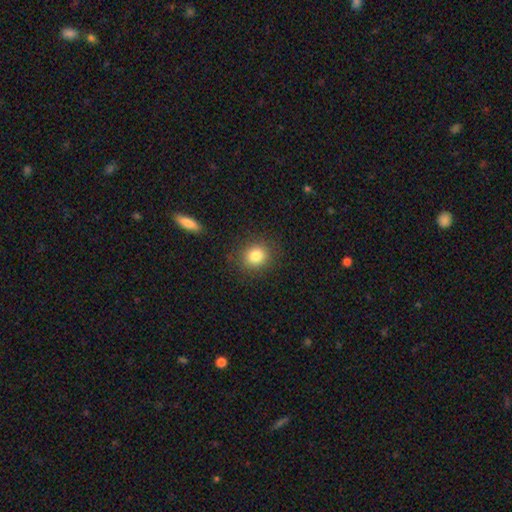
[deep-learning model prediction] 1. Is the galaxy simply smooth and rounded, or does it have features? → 83% smooth, 10% star or artifact, 7% featured or disk.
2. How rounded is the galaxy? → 76% round, 23% in between, 1% cigar-shaped.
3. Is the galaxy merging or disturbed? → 87% none, 8% minor disturbance, 3% major disturbance, 1% merger.